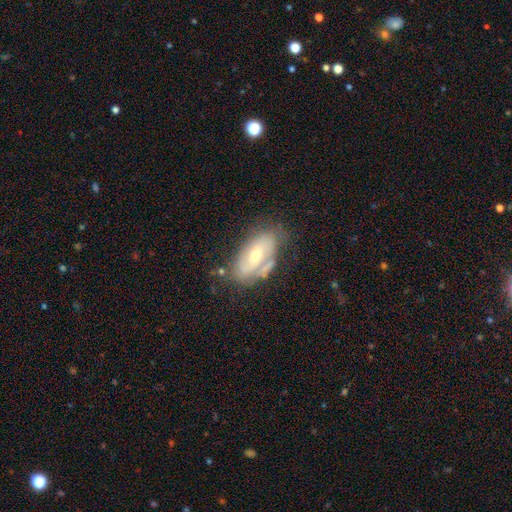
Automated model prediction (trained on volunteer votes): This appears to be a featured or disk galaxy (64%) with no bar (50%), spiral arms (63%) and a moderate central bulge (54%). Merging: none (56%).